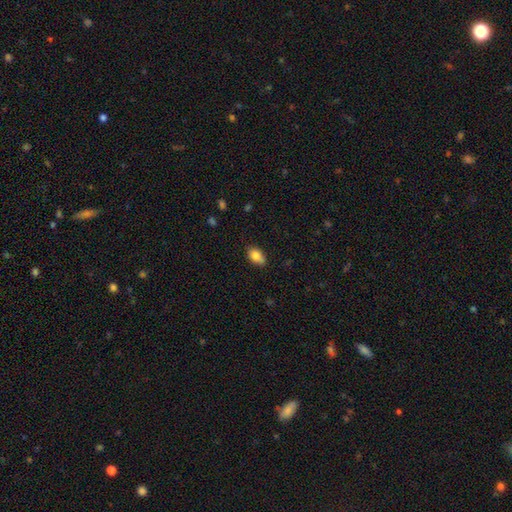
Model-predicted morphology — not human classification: The model was most divided on "merging": none: 67%, minor disturbance: 23%, merger: 6%, major disturbance: 4%. More confident: how rounded — in between (83%); smooth or featured — smooth (82%).